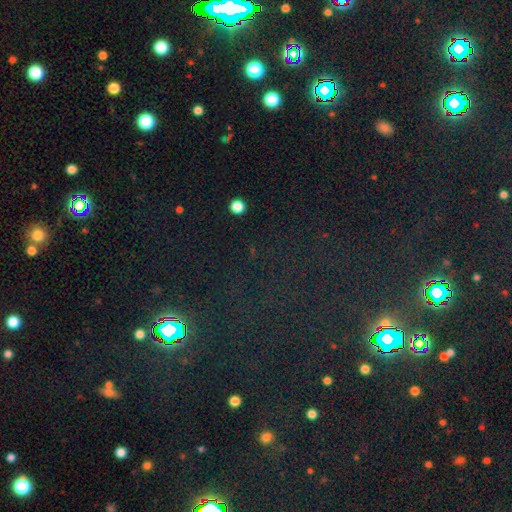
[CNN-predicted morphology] This is likely a star or artifact rather than a galaxy (78%).